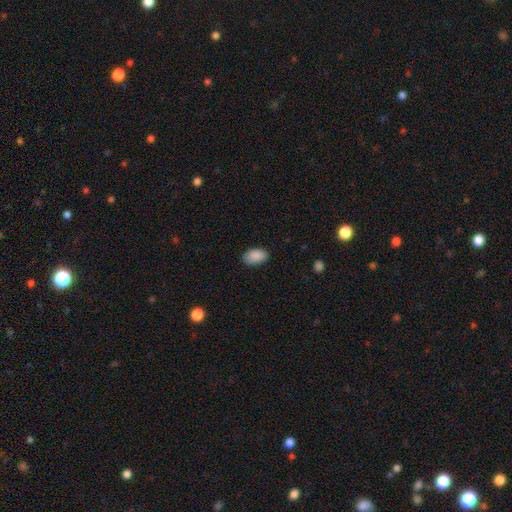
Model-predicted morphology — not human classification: This appears to be a smooth galaxy with no disk features (89%) that is in between round and cigar-shaped (91%). Merging: none (83%).